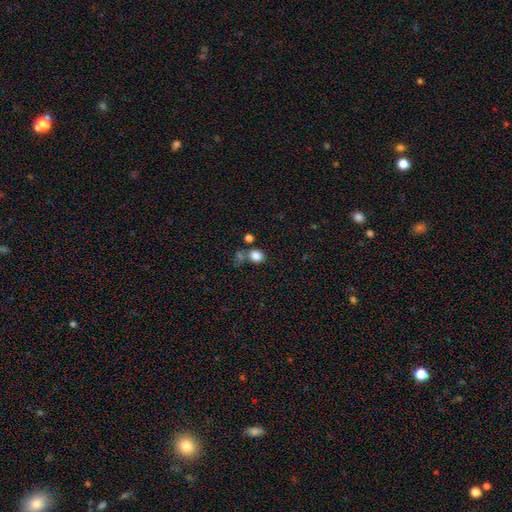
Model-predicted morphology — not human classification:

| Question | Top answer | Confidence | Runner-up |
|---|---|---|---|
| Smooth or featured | smooth | 84% | star or artifact (11%) |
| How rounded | round | 60% | in between (39%) |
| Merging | none | 60% | merger (21%) |